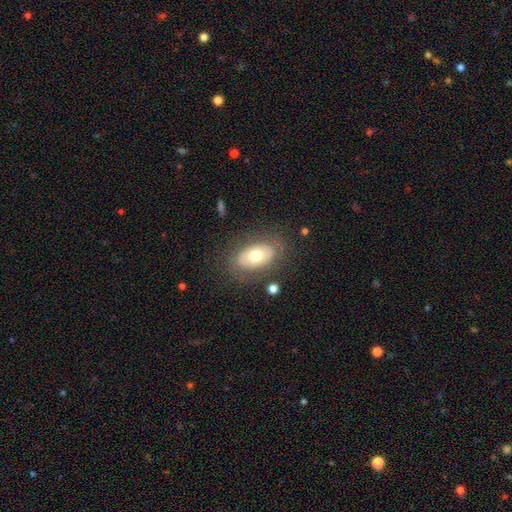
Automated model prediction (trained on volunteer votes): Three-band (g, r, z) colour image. It shows a smooth galaxy with no disk features (56%) that is in between round and cigar-shaped (89%). Merging: none (77%).